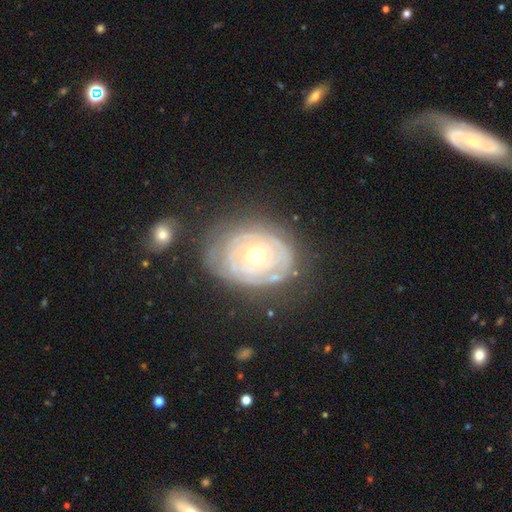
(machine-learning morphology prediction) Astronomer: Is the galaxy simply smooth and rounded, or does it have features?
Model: featured or disk — 76%.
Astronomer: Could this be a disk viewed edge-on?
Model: no — 96%.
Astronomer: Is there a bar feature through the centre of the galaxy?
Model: no — 87%.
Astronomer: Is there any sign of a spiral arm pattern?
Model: yes — 70%.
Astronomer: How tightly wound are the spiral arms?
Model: tight — 82%.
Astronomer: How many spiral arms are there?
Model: can't tell — 57%.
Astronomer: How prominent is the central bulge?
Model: moderate — 64%.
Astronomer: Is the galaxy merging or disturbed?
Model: none — 66%.